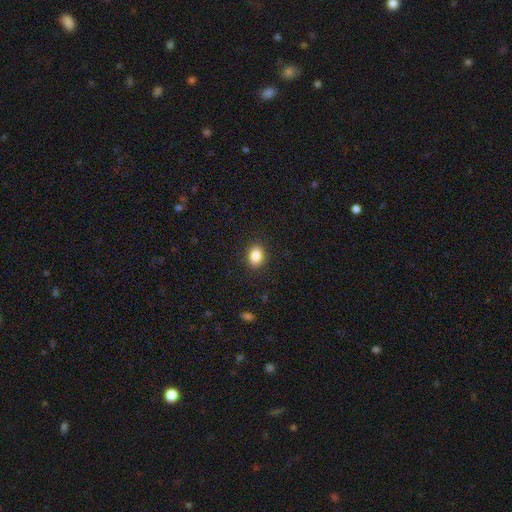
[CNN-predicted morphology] Smooth or featured?
  - smooth: 87% *
  - star or artifact: 9%
  - featured or disk: 4%
How rounded?
  - in between: 67% *
  - round: 32%
  - cigar-shaped: 1%
Merging?
  - none: 89% *
  - minor disturbance: 8%
  - major disturbance: 2%
  - merger: 1%